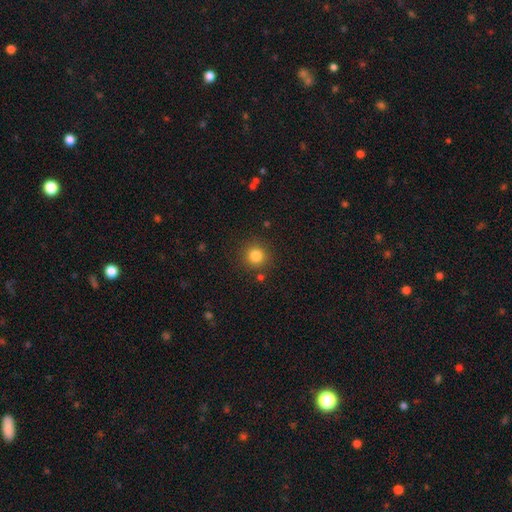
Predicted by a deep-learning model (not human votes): A smooth galaxy with no disk features (83%) that is round (93%). Merging: none (87%).